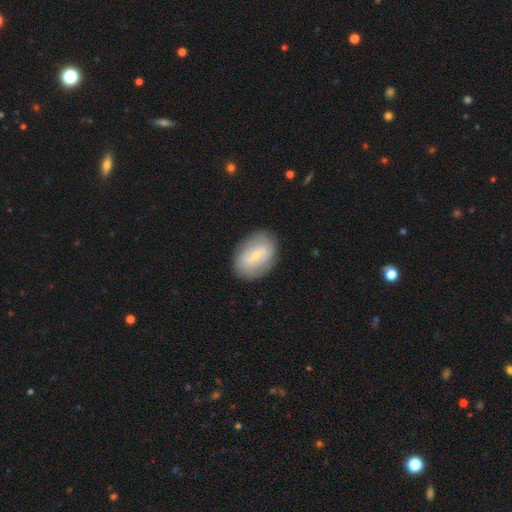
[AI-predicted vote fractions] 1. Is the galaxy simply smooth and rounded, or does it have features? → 50% featured or disk, 43% smooth, 7% star or artifact.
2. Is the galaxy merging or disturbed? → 83% none, 12% minor disturbance, 4% major disturbance, 1% merger.